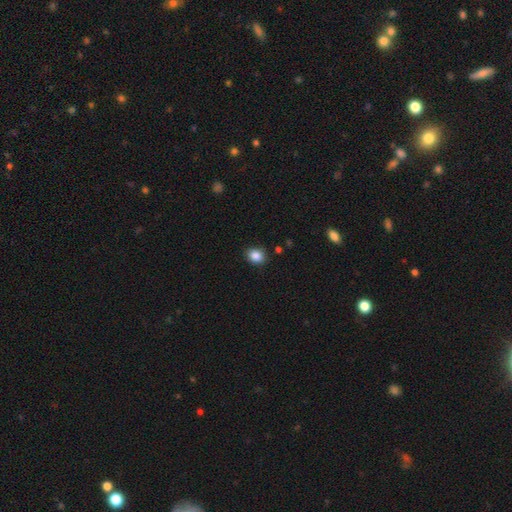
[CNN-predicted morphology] smooth 87%, star or artifact 10%, featured or disk 4%. Down the decision tree: how rounded — round (52%); merging — none (86%).